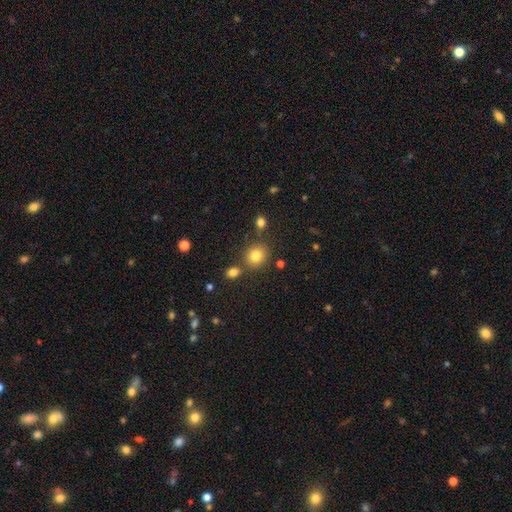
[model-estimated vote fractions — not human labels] smooth_or_featured: smooth (p=0.81) [alt: star or artifact p=0.12]
how_rounded: round (p=0.81) [alt: in between p=0.18]
merging: none (p=0.76) [alt: merger p=0.11]